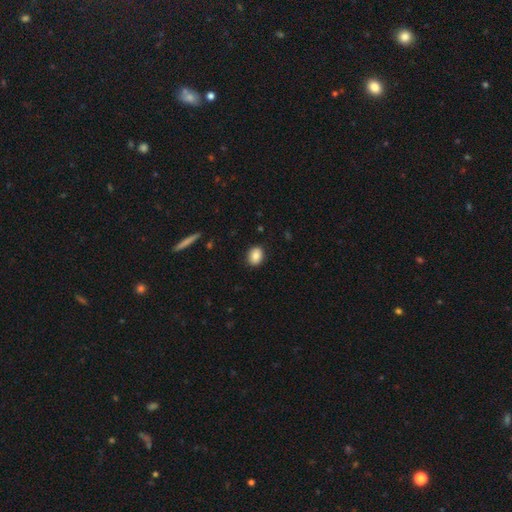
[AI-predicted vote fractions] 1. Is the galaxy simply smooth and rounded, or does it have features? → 86% smooth, 8% star or artifact, 6% featured or disk.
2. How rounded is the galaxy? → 59% in between, 40% round, 1% cigar-shaped.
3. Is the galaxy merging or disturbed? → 89% none, 8% minor disturbance, 2% major disturbance, 1% merger.